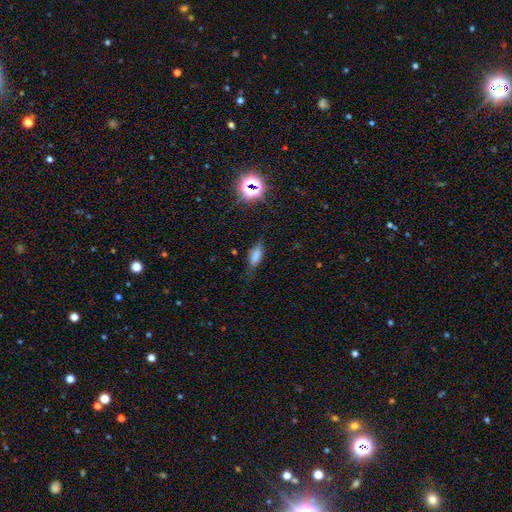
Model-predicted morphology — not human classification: Q: Smooth or featured?
A: smooth (71%); runner-up: star or artifact (15%)
Q: How rounded?
A: in between (68%); runner-up: cigar-shaped (28%)
Q: Merging?
A: none (64%); runner-up: minor disturbance (25%)